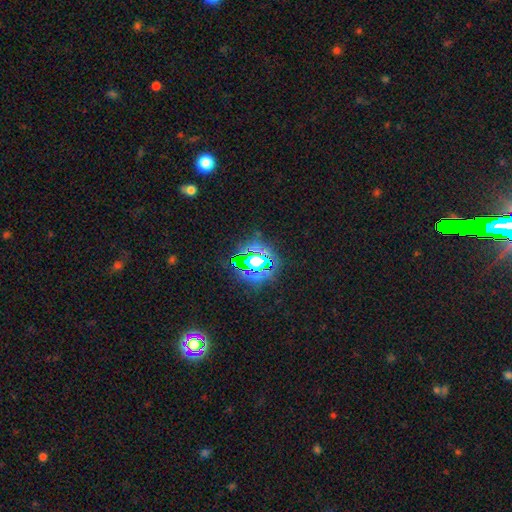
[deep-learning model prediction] A star or artifact, not a galaxy (81%).